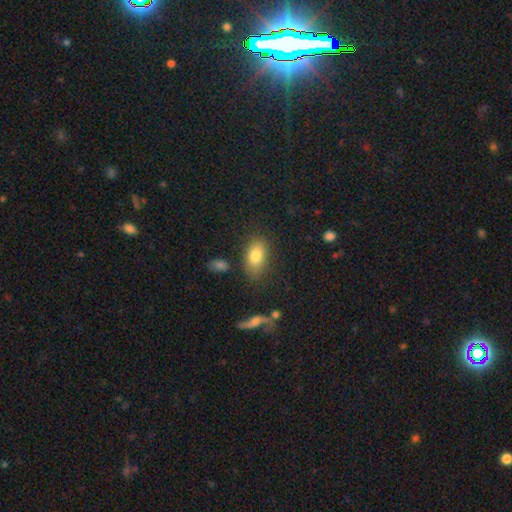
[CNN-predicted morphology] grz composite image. It shows a smooth galaxy with no disk features (80%) that is in between round and cigar-shaped (88%). Merging: none (77%).